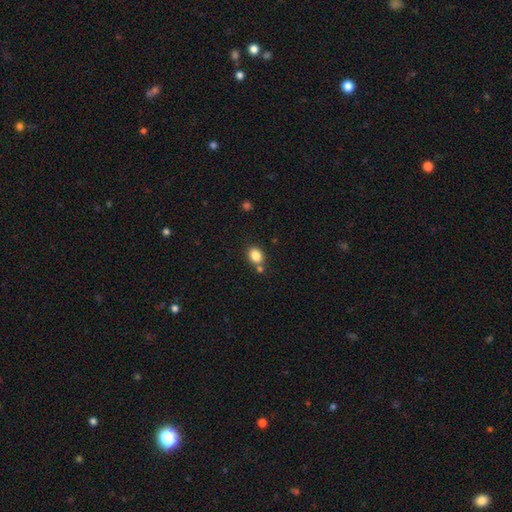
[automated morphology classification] smooth-or-featured: smooth: 84% | star or artifact: 10% | featured or disk: 6%
  how-rounded: in between: 61% | round: 38% | cigar-shaped: 1%
  merging: none: 70% | merger: 16% | minor disturbance: 11% | major disturbance: 3%